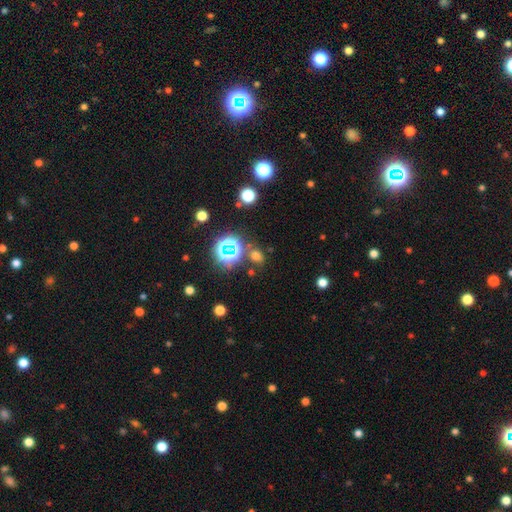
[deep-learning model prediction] A smooth galaxy with no disk features (57%) that is in between round and cigar-shaped (49%, tied with round).

Vote fractions:
- Smooth or featured? smooth: 57% / star or artifact: 36% / featured or disk: 7%
- How rounded? in between: 49% (tied) / round: 49% (tied) / cigar-shaped: 2%
- Merging? none: 76% / minor disturbance: 11% / merger: 8% / major disturbance: 5%